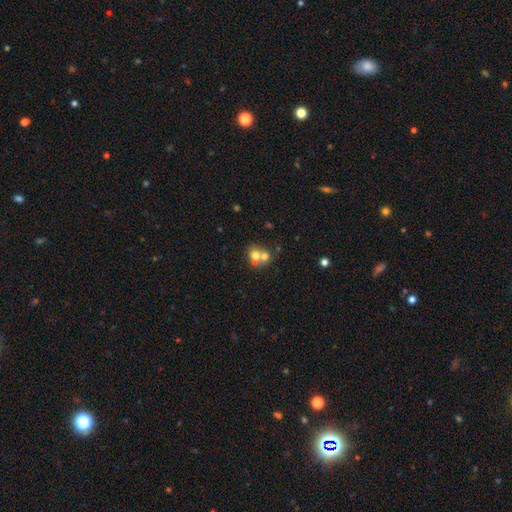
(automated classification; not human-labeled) A smooth galaxy with no disk features (66%) that is round (71%). Merging: merger (60%).